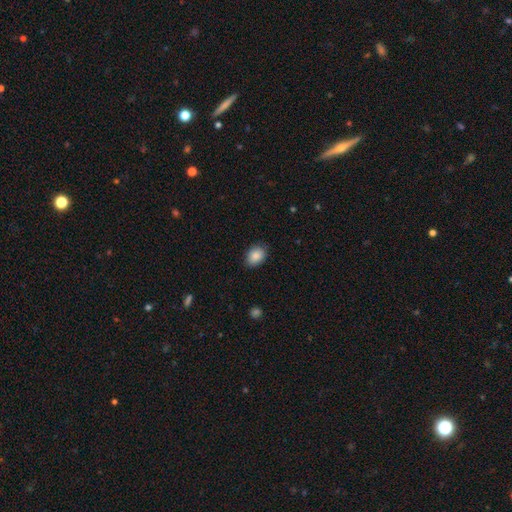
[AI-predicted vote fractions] Morphology: type=smooth (88%); roundness=in between (70%); merging=none (84%).